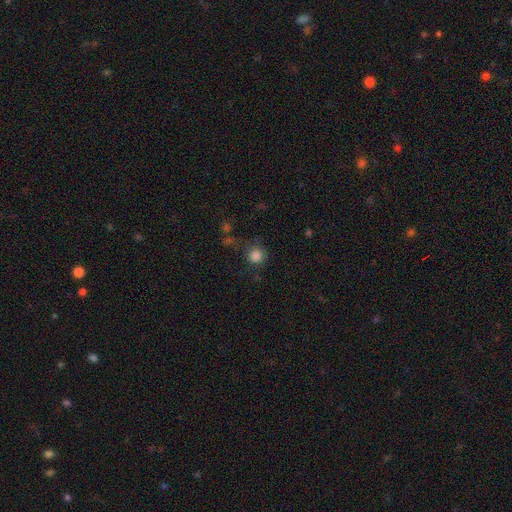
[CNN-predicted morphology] smooth-or-featured: smooth: 83% | star or artifact: 12% | featured or disk: 4%
  how-rounded: round: 93% | in between: 6% | cigar-shaped: 1%
  merging: none: 74% | minor disturbance: 14% | major disturbance: 8% | merger: 5%